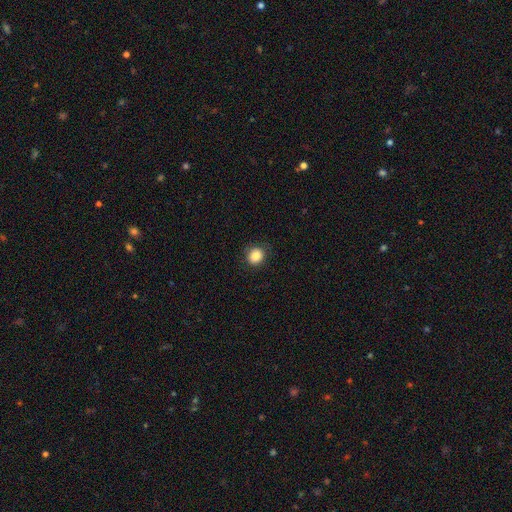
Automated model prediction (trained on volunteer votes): Smooth or featured?
  - smooth: 87% *
  - star or artifact: 9%
  - featured or disk: 4%
How rounded?
  - round: 82% *
  - in between: 17%
  - cigar-shaped: 1%
Merging?
  - none: 85% *
  - minor disturbance: 11%
  - major disturbance: 3%
  - merger: 1%